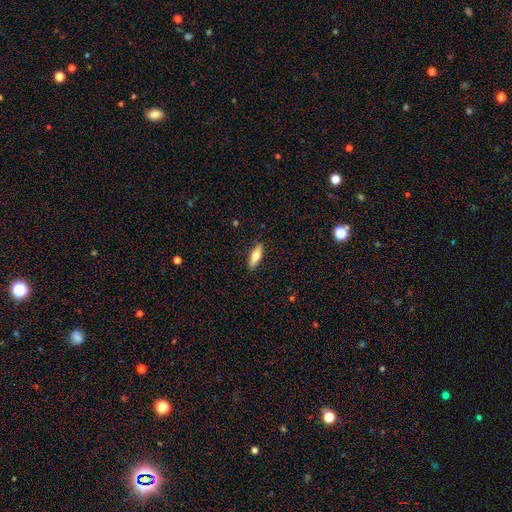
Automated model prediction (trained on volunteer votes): Morphology: type=smooth (70%); roundness=in between (54%); merging=none (87%).